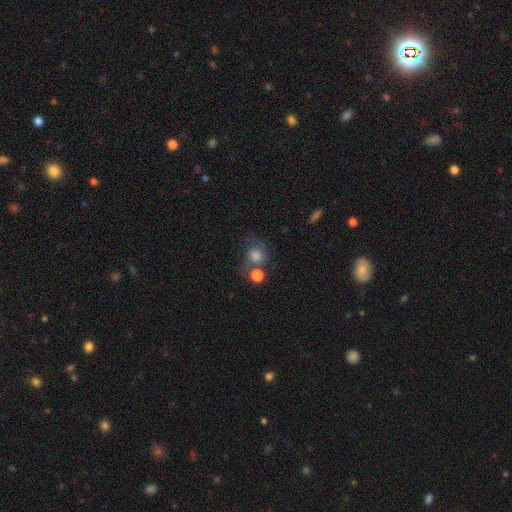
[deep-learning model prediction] Smooth or featured?
  - smooth: 76% *
  - star or artifact: 12%
  - featured or disk: 12%
How rounded?
  - round: 80% *
  - in between: 19%
  - cigar-shaped: 1%
Merging?
  - none: 48% *
  - merger: 28%
  - minor disturbance: 15%
  - major disturbance: 10%